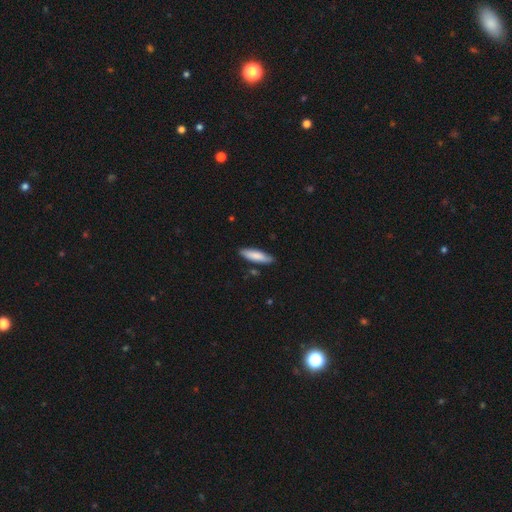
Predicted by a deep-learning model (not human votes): This appears to be a smooth galaxy with no disk features (82%) that is cigar-shaped (64%). Merging: none (83%).